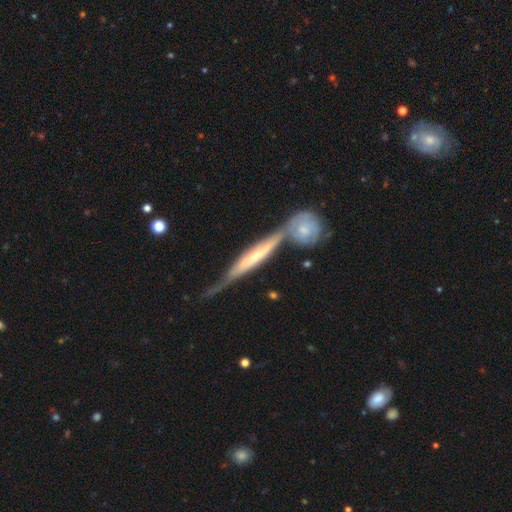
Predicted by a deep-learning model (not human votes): A featured or disk galaxy (68%) viewed edge-on (84%) with no central bulge (40%).

Vote fractions:
- Smooth or featured? featured or disk: 68% / smooth: 27% / star or artifact: 5%
- Edge-on disk? yes: 84% / no: 16%
- Edge-on bulge? none: 40% / rounded: 35% / boxy: 25%
- Merging? none: 41% / merger: 32% / minor disturbance: 18% / major disturbance: 9%